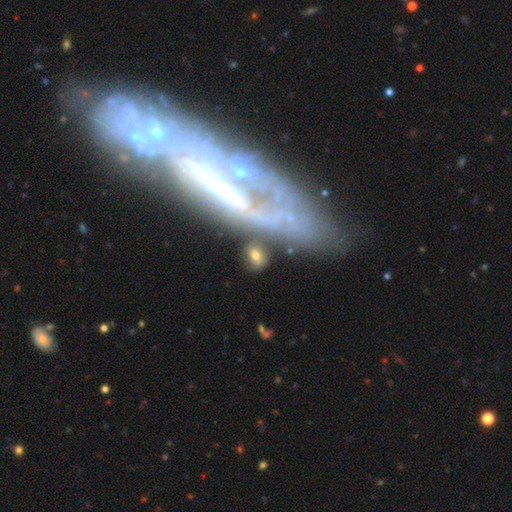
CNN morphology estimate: smooth-or-featured: smooth: 60% | featured or disk: 30% | star or artifact: 11%
  how-rounded: in between: 76% | round: 18% | cigar-shaped: 6%
  merging: none: 61% | minor disturbance: 16% | merger: 14% | major disturbance: 9%